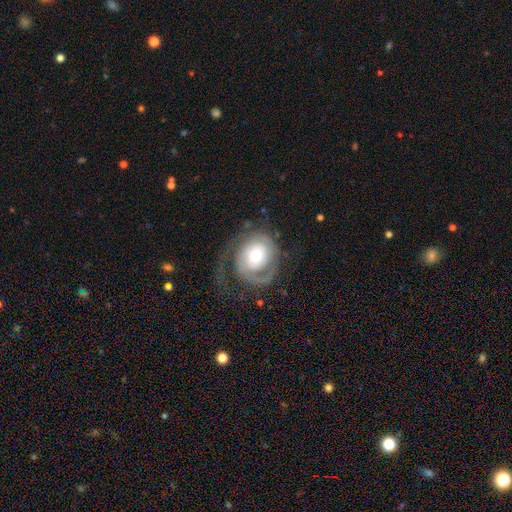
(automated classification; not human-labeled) Smooth or featured?
  - featured or disk: 77% *
  - smooth: 17%
  - star or artifact: 6%
Edge-on disk?
  - no: 97% *
  - yes: 3%
Bar?
  - no: 74% *
  - weak: 21%
  - strong: 5%
Spiral arms?
  - yes: 90% *
  - no: 10%
Spiral winding?
  - tight: 54% *
  - medium: 29%
  - loose: 17%
Spiral arm count?
  - 1: 55% *
  - 2: 24%
  - can't tell: 13%
  - 3: 4%
  - 4: 2%
  - more than 4: 2%
Bulge size?
  - moderate: 65% *
  - small: 20%
  - large: 13%
  - dominant: 2%
  - none: 1%
Merging?
  - none: 53% *
  - major disturbance: 27%
  - minor disturbance: 18%
  - merger: 2%